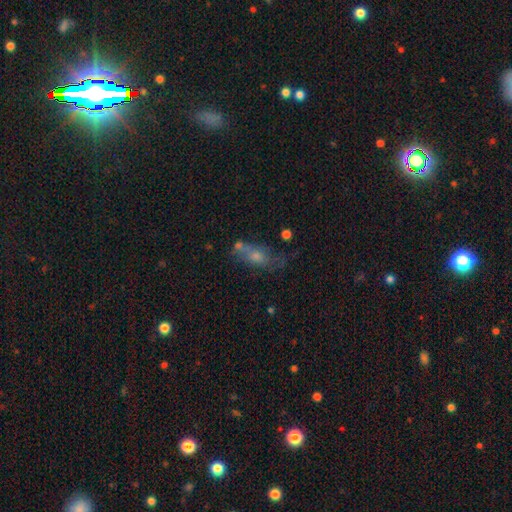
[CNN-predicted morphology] This is possibly a smooth galaxy (48%). Merging: marginally none (45%).